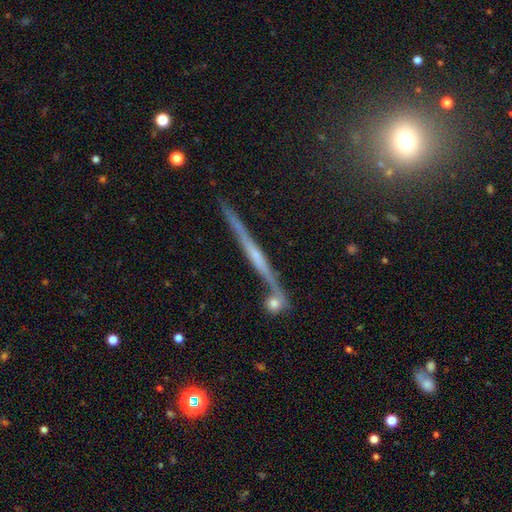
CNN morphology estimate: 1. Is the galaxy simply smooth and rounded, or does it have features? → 76% featured or disk, 15% smooth, 9% star or artifact.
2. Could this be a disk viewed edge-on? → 97% yes, 3% no.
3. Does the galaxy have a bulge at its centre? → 45% none (tied), 45% rounded (tied), 11% boxy.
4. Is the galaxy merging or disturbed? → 81% none, 10% minor disturbance, 6% merger, 3% major disturbance.